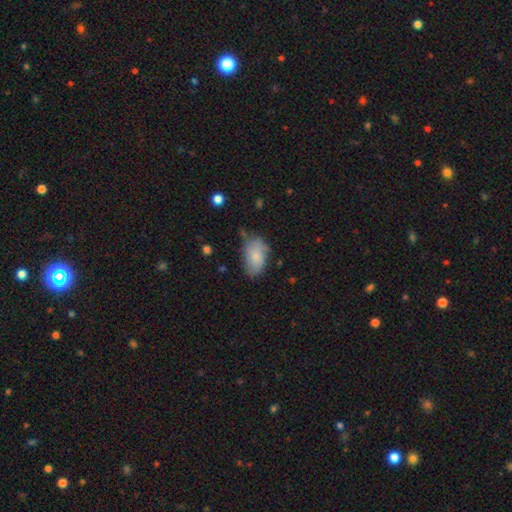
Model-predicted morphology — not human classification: smooth 78%, featured or disk 15%, star or artifact 6%. Down the decision tree: how rounded — in between (93%); merging — none (61%).